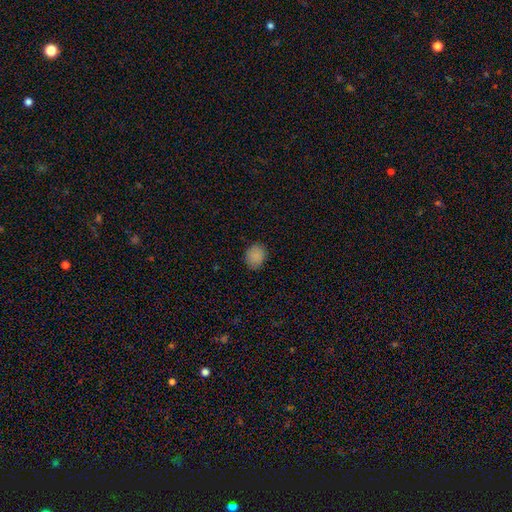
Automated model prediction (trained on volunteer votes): Overall: smooth (86%). How rounded: round (55%; in between 44%). Merging: none (86%).